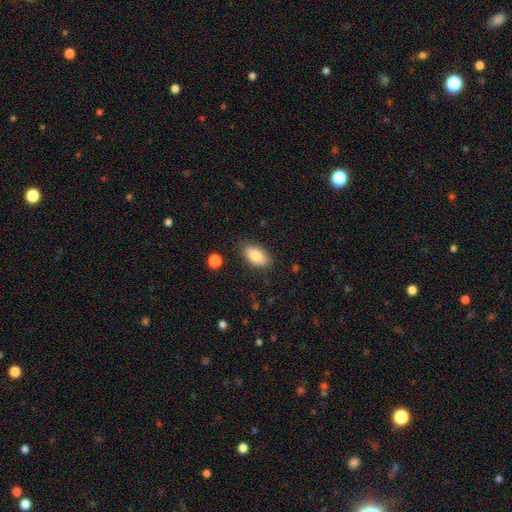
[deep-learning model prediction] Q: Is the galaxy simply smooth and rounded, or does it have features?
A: smooth — 84%.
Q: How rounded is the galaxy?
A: in between — 93%.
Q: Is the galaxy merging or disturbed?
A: none — 82%.